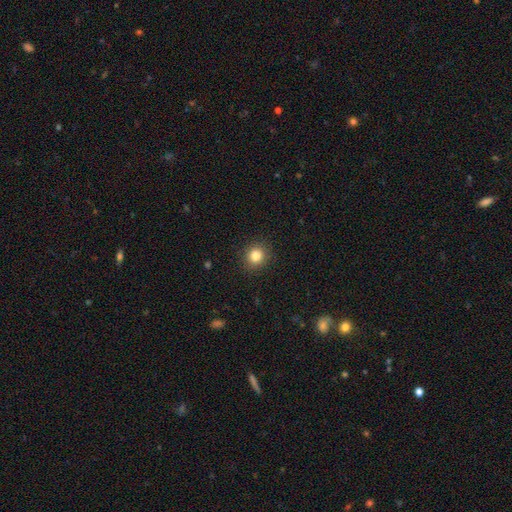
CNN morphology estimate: Q: Smooth or featured?
A: smooth (83%); runner-up: star or artifact (11%)
Q: How rounded?
A: round (85%); runner-up: in between (14%)
Q: Merging?
A: none (90%); runner-up: minor disturbance (7%)